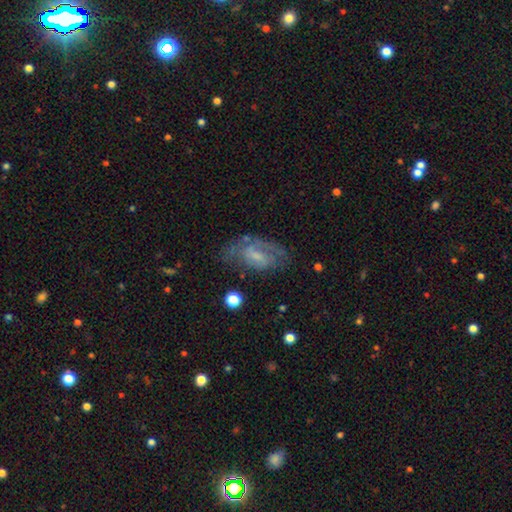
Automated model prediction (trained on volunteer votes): A featured or disk galaxy (59%) with no bar (47%), spiral arms (66%) and a small central bulge (47%). Merging: none (51%).